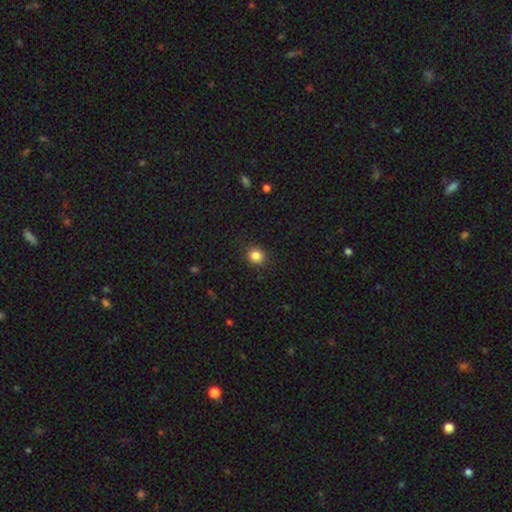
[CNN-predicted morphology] Q: Smooth or featured?
A: smooth (85%); runner-up: star or artifact (11%)
Q: How rounded?
A: round (84%); runner-up: in between (15%)
Q: Merging?
A: none (90%); runner-up: minor disturbance (7%)